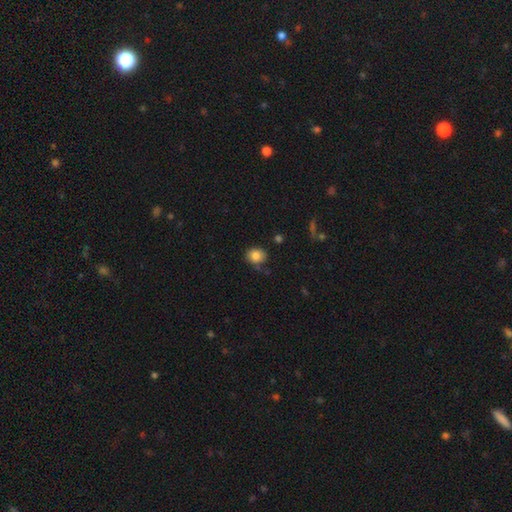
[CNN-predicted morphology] type=smooth (83%); roundness=round (68%); merging=none (73%).